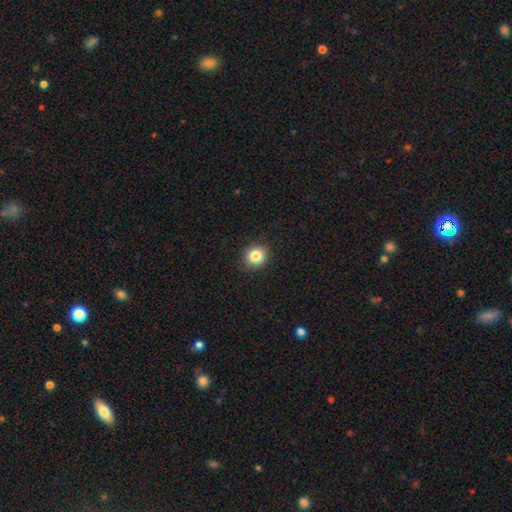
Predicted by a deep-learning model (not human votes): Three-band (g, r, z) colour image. It shows a smooth galaxy with no disk features (84%) that is round (83%). Merging: none (89%).